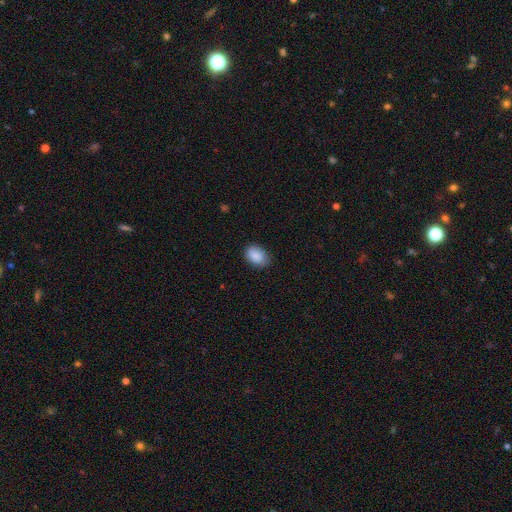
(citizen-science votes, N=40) smooth_or_featured: smooth (p=0.93) [alt: star or artifact p=0.07]
how_rounded: in between (p=0.89) [alt: round p=0.11]
merging: none (p=0.78) [alt: minor disturbance p=0.19]